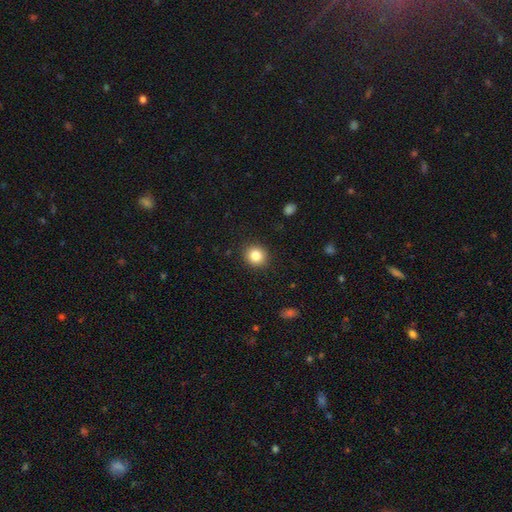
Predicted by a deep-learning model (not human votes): Morphology: type=smooth (83%); roundness=round (83%); merging=none (90%).